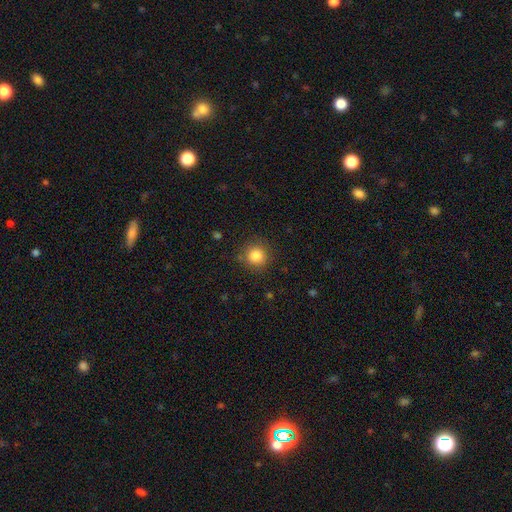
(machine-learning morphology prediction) smooth_or_featured: smooth (p=0.84) [alt: star or artifact p=0.11]
how_rounded: round (p=0.92) [alt: in between p=0.07]
merging: none (p=0.86) [alt: minor disturbance p=0.09]